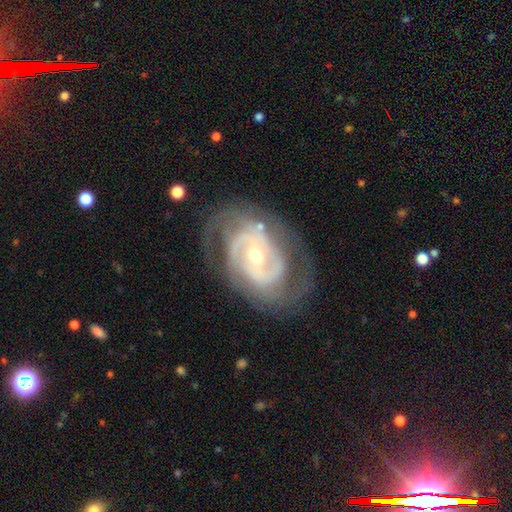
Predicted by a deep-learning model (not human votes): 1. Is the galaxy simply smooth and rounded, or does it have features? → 89% featured or disk, 6% smooth, 5% star or artifact.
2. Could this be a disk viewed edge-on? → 97% no, 3% yes.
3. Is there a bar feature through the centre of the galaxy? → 44% no, 39% weak, 17% strong.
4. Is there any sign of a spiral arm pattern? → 95% yes, 5% no.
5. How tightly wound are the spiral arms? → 60% tight, 33% medium, 8% loose.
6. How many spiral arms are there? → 44% 2, 23% can't tell, 18% 3, 6% 4, 4% 1, 4% more than 4.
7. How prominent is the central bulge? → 51% small, 46% moderate, 2% large, 1% none, 1% dominant.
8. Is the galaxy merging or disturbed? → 68% none, 19% minor disturbance, 12% major disturbance, 2% merger.